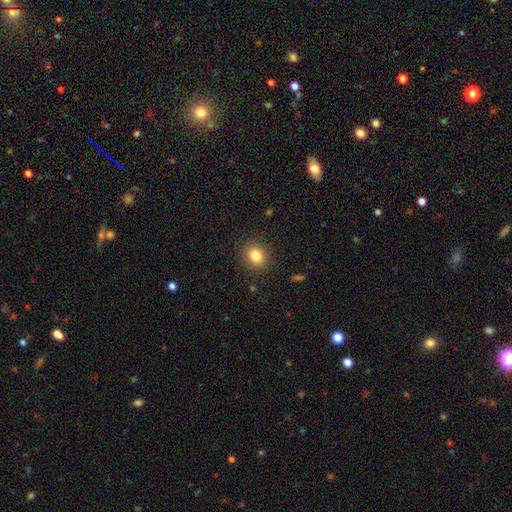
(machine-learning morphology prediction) A smooth galaxy with no disk features (82%) that is round (67%). Merging: none (88%).